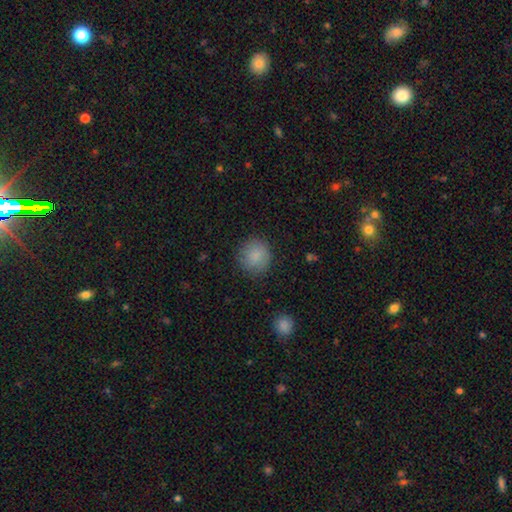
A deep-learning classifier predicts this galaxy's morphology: Overall: smooth (86%). How rounded: round (89%). Merging: none (84%).